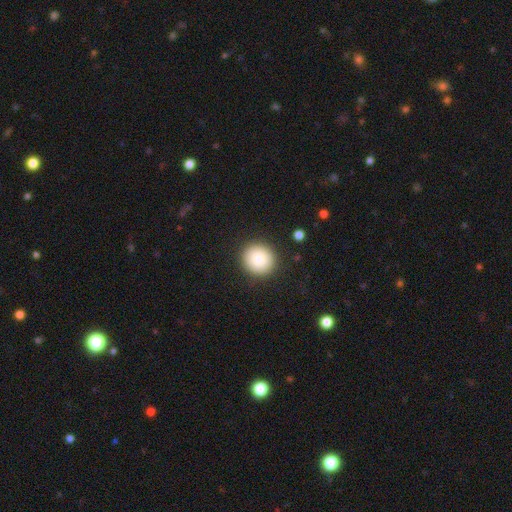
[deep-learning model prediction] Smooth or featured?
  - smooth: 83% *
  - star or artifact: 9%
  - featured or disk: 8%
How rounded?
  - round: 94% *
  - in between: 5%
  - cigar-shaped: 1%
Merging?
  - none: 92% *
  - minor disturbance: 5%
  - major disturbance: 2%
  - merger: 1%